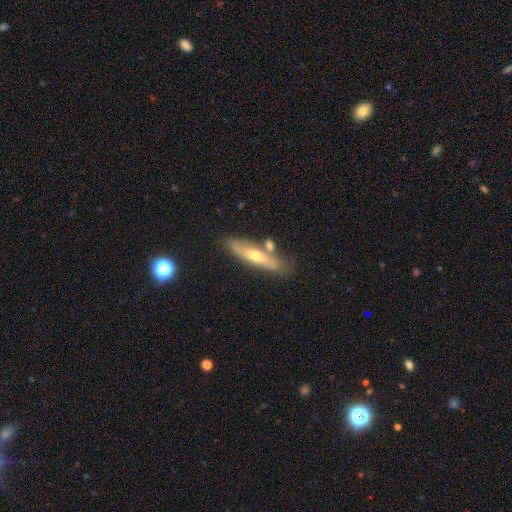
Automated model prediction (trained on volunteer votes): Morphology: type=featured or disk (54%); edge-on=yes (83%); merging=none (78%).